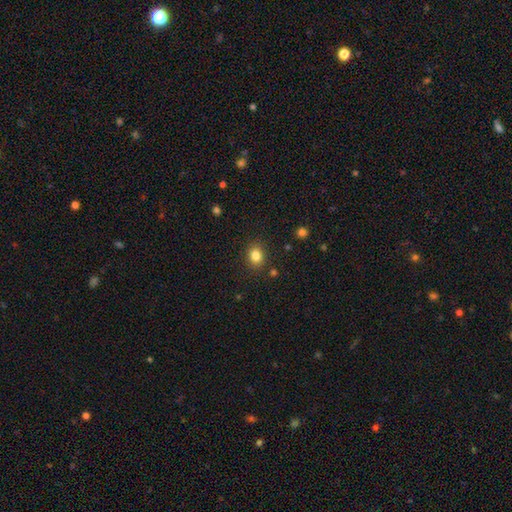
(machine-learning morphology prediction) Smooth or featured?
  - smooth: 83% *
  - star or artifact: 11%
  - featured or disk: 5%
How rounded?
  - round: 55% *
  - in between: 44%
  - cigar-shaped: 1%
Merging?
  - none: 86% *
  - minor disturbance: 9%
  - major disturbance: 3%
  - merger: 2%